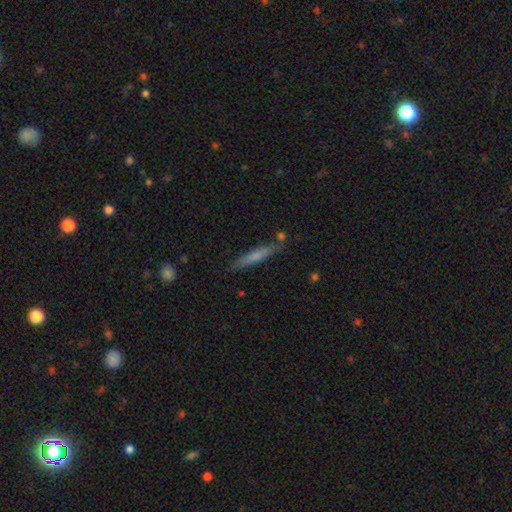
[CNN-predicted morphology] smooth-or-featured: smooth: 62% | featured or disk: 31% | star or artifact: 6%
  how-rounded: cigar-shaped: 94% | in between: 5% | round: 1%
  merging: none: 82% | minor disturbance: 11% | merger: 4% | major disturbance: 2%